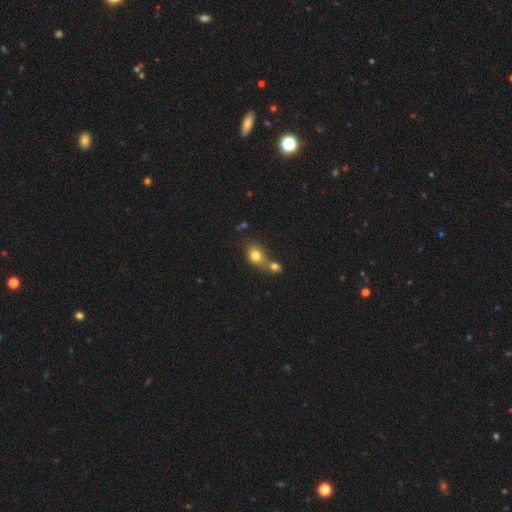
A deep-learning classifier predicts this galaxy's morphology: Smooth or featured? smooth (78%)
How rounded? in between (50%)
Merging? merger (56%)